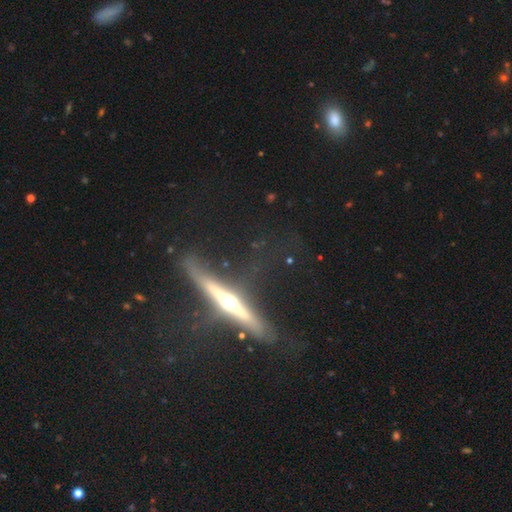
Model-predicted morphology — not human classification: This appears to be a featured or disk galaxy (81%) viewed edge-on (96%) with a rounded central bulge (88%). Merging: none (67%).